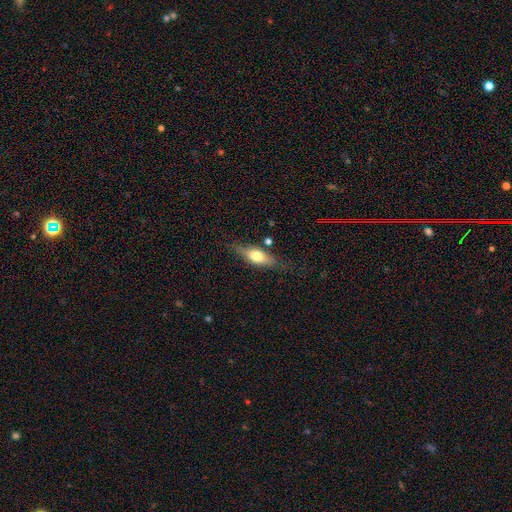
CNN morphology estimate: smooth 55%, featured or disk 38%, star or artifact 7%. Down the decision tree: how rounded — in between (61%); merging — none (74%).